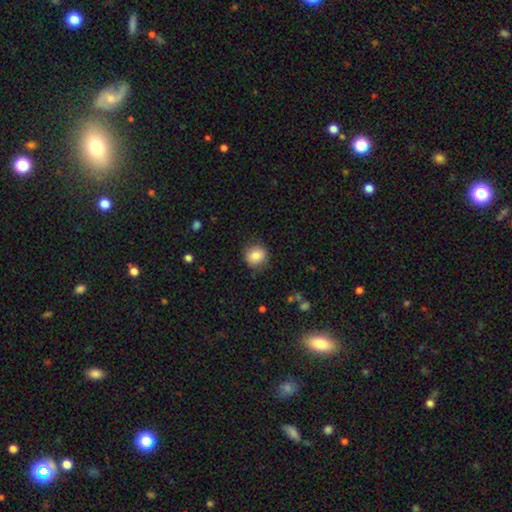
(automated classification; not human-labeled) The model was most divided on "merging": none: 85%, minor disturbance: 11%, major disturbance: 3%, merger: 1%. More confident: how rounded — round (87%); smooth or featured — smooth (85%).